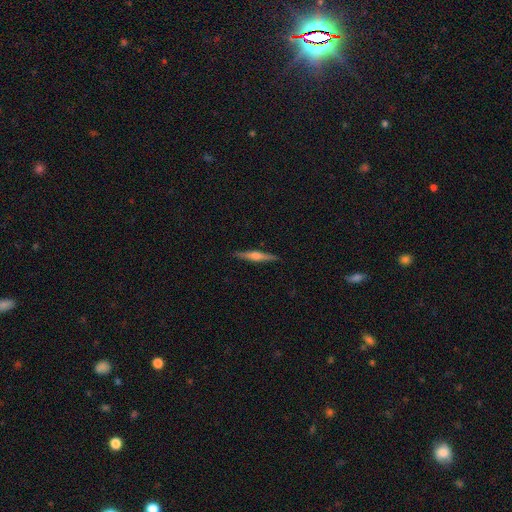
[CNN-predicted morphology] This appears to be a featured or disk galaxy (68%) viewed edge-on (98%) with a rounded central bulge (80%). Merging: none (91%).